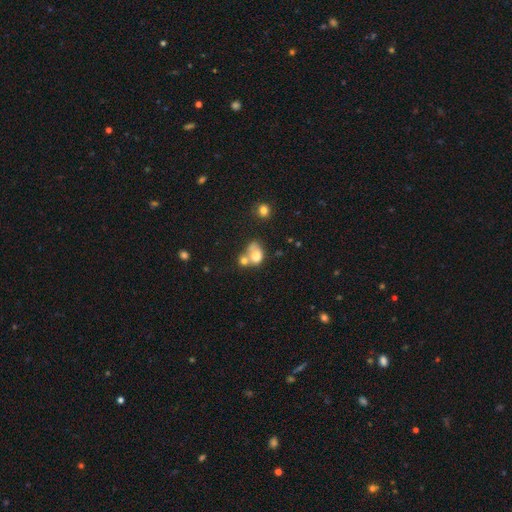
smooth_or_featured: smooth (p=0.69) [alt: featured or disk p=0.23]
how_rounded: in between (p=0.59) [alt: round p=0.41]
merging: merger (p=0.50) [alt: none p=0.19]